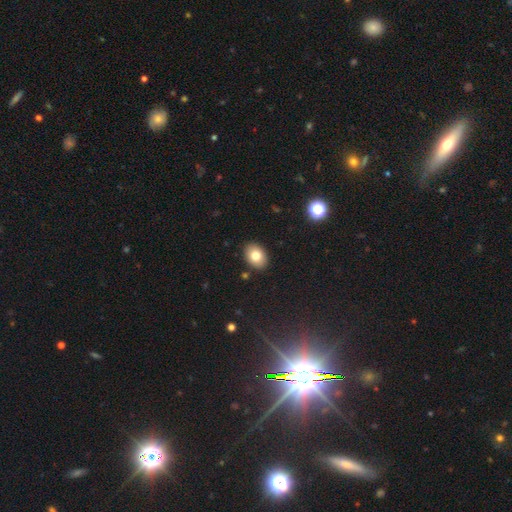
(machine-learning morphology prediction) A smooth galaxy with no disk features (80%) that is in between round and cigar-shaped (72%).

Vote fractions:
- Smooth or featured? smooth: 80% / featured or disk: 11% / star or artifact: 9%
- How rounded? in between: 72% / round: 27% / cigar-shaped: 1%
- Merging? none: 89% / minor disturbance: 8% / major disturbance: 2% / merger: 2%